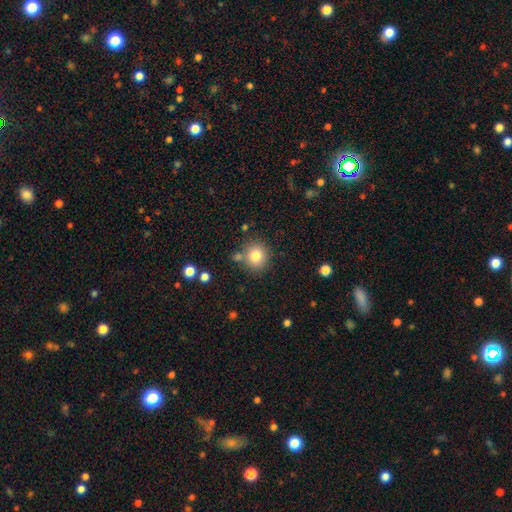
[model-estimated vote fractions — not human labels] smooth 81%, star or artifact 11%, featured or disk 8%. Down the decision tree: how rounded — round (87%); merging — none (76%).